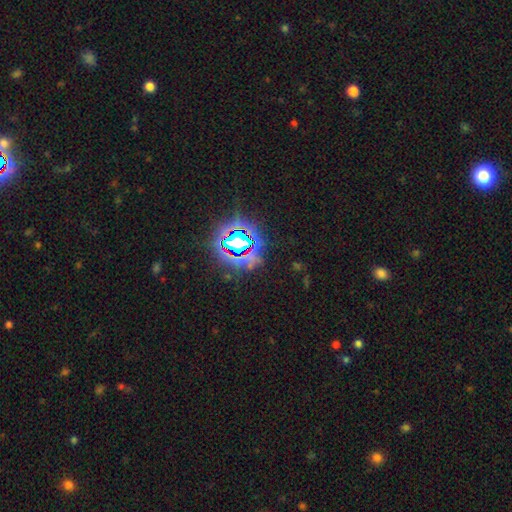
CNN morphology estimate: This is clearly a star or artifact rather than a galaxy (82%).